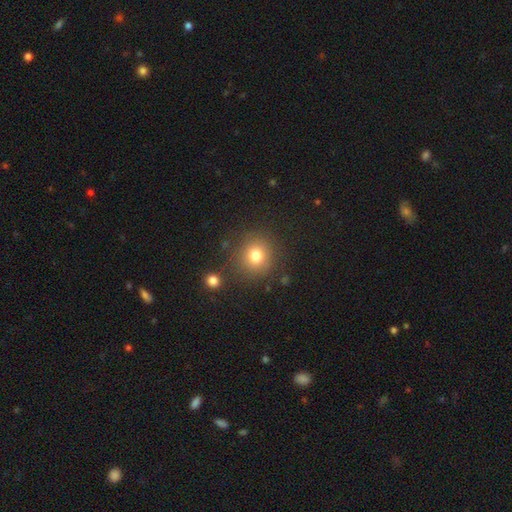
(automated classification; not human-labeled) Smooth or featured?
  - smooth: 78% *
  - star or artifact: 14%
  - featured or disk: 9%
How rounded?
  - round: 88% *
  - in between: 11%
  - cigar-shaped: 1%
Merging?
  - none: 84% *
  - minor disturbance: 9%
  - major disturbance: 4%
  - merger: 4%